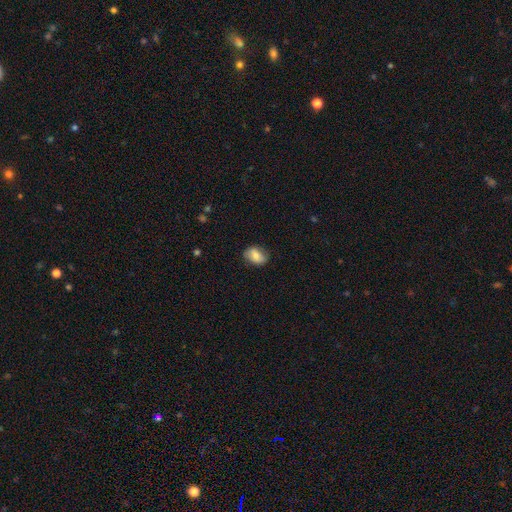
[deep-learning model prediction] smooth 74%, featured or disk 18%, star or artifact 8%. Down the decision tree: how rounded — in between (82%); merging — none (79%).